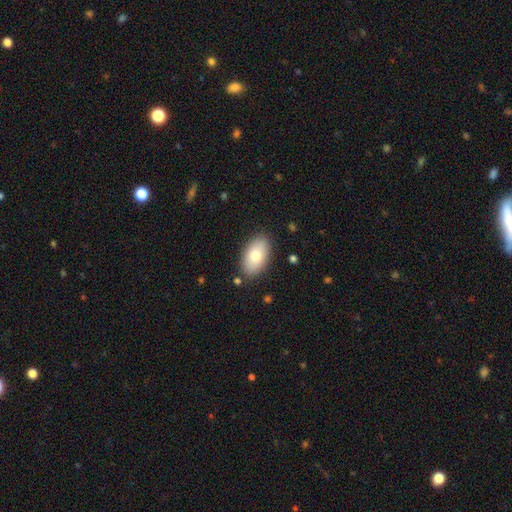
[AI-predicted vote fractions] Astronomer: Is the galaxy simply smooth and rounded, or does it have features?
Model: smooth — 76%.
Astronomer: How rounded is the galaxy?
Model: in between — 94%.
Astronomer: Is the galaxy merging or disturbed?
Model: none — 86%.